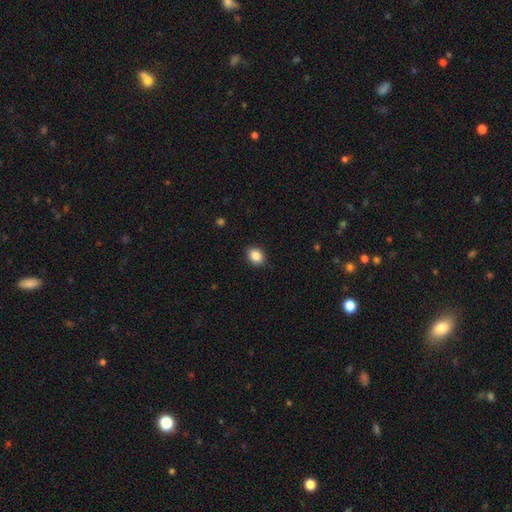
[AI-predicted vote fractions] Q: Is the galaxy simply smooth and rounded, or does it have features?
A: smooth — 87%.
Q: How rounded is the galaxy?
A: in between — 58%.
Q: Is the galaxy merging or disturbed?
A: none — 88%.